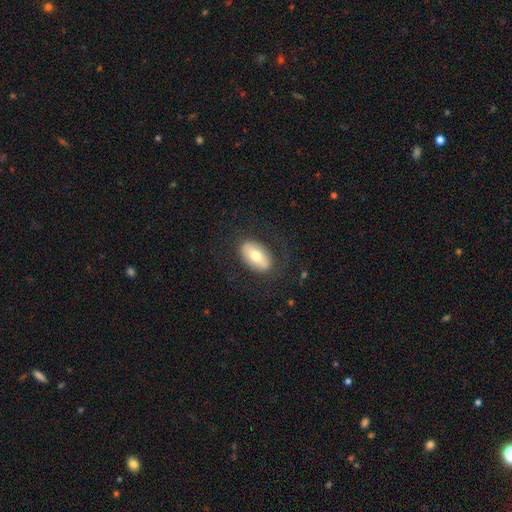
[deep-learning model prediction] The model was most divided on "smooth or featured": smooth: 58%, featured or disk: 35%, star or artifact: 7%. More confident: how rounded — in between (92%); merging — none (76%).